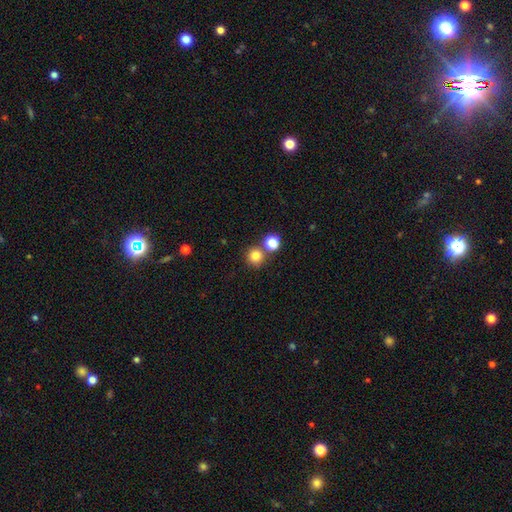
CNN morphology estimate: smooth 80%, star or artifact 14%, featured or disk 6%. Down the decision tree: how rounded — round (93%); merging — none (73%).